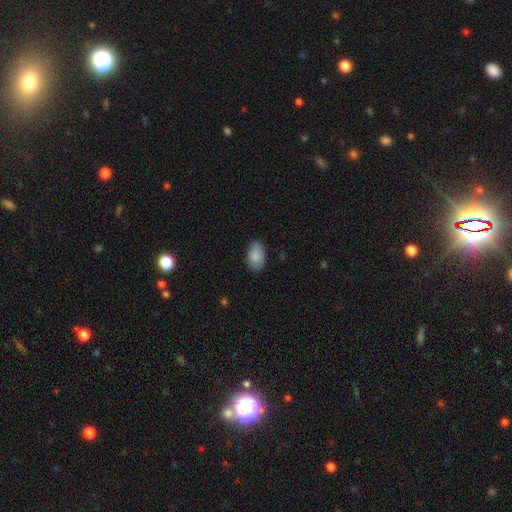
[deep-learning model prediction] smooth-or-featured: smooth: 88% | star or artifact: 6% | featured or disk: 5%
  how-rounded: in between: 91% | round: 7% | cigar-shaped: 1%
  merging: none: 84% | minor disturbance: 13% | major disturbance: 2% | merger: 1%